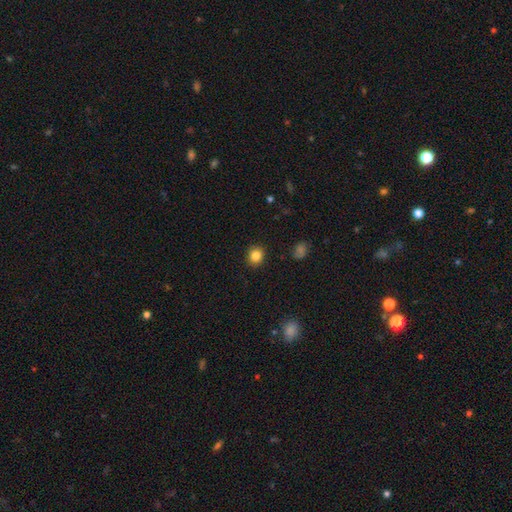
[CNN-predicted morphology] Smooth or featured?
  - smooth: 84% *
  - star or artifact: 10%
  - featured or disk: 5%
How rounded?
  - round: 75% *
  - in between: 24%
  - cigar-shaped: 1%
Merging?
  - none: 90% *
  - minor disturbance: 6%
  - major disturbance: 2%
  - merger: 1%